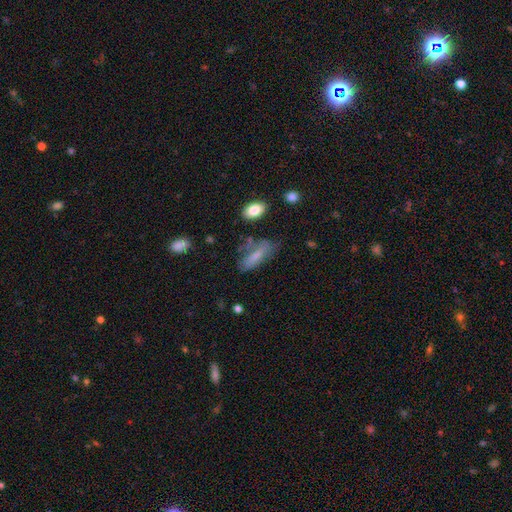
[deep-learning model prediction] smooth 68%, featured or disk 23%, star or artifact 9%. Down the decision tree: how rounded — in between (61%); merging — none (55%).